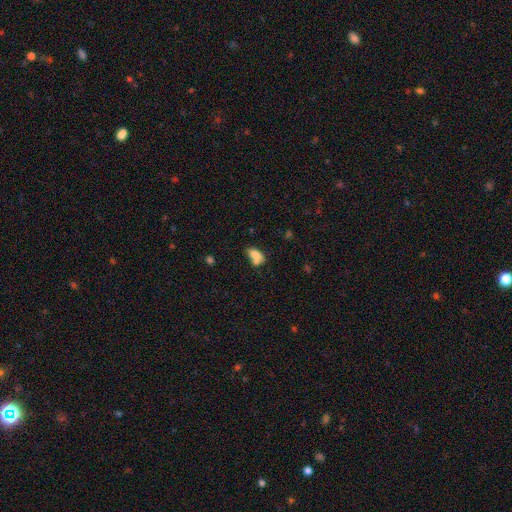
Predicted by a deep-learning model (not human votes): A smooth galaxy with no disk features (75%) that is in between round and cigar-shaped (86%). Merging: merger (44%).